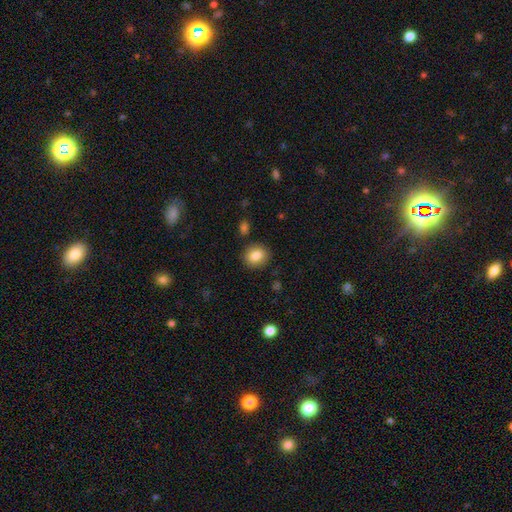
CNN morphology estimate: smooth-or-featured: smooth: 84% | star or artifact: 9% | featured or disk: 7%
  how-rounded: round: 59% | in between: 40% | cigar-shaped: 1%
  merging: none: 86% | minor disturbance: 9% | major disturbance: 3% | merger: 2%